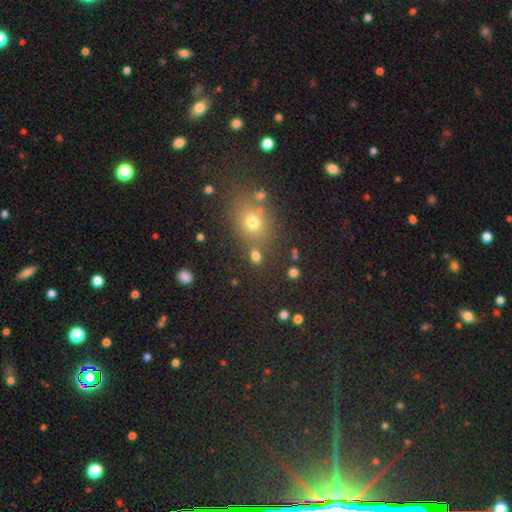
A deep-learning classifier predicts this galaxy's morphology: smooth 73%, star or artifact 19%, featured or disk 8%. Down the decision tree: how rounded — round (56%); merging — none (72%).